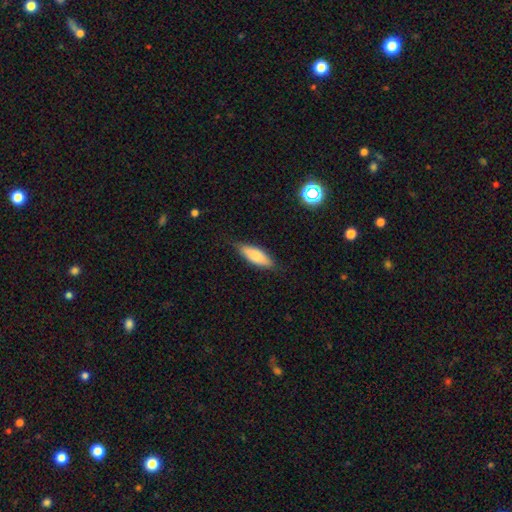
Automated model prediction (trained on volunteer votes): Overall: smooth (80%). How rounded: in between (65%; cigar-shaped 33%). Merging: none (76%).